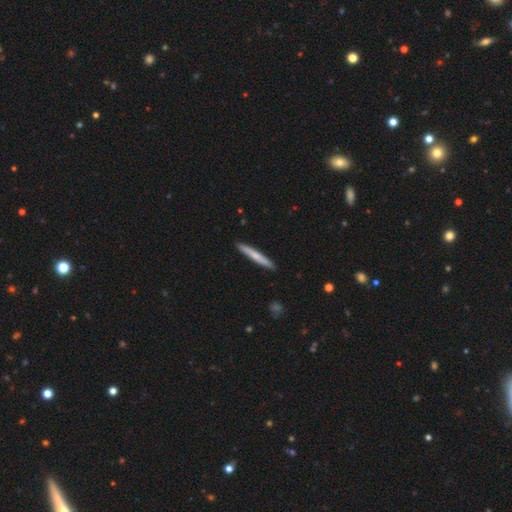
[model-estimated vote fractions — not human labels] Smooth or featured?
  - smooth: 65% *
  - featured or disk: 29%
  - star or artifact: 5%
How rounded?
  - cigar-shaped: 96% *
  - in between: 3%
  - round: 1%
Merging?
  - none: 91% *
  - minor disturbance: 6%
  - major disturbance: 1%
  - merger: 1%